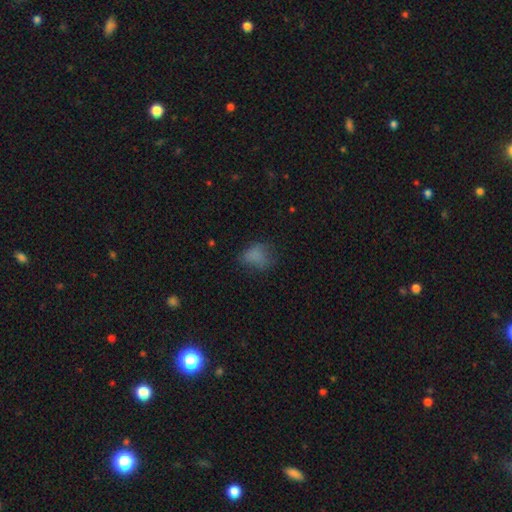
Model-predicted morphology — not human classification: The model was most divided on "merging": none: 52%, minor disturbance: 27%, major disturbance: 19%, merger: 2%. More confident: smooth or featured — smooth (73%); how rounded — in between (64%).